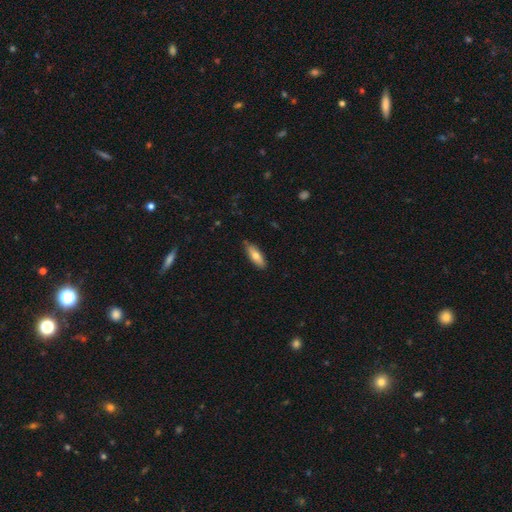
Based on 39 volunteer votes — Smooth or featured?
  - smooth: 62% *
  - featured or disk: 33%
  - star or artifact: 5%
How rounded?
  - cigar-shaped: 58% *
  - in between: 38%
  - round: 4%
Merging?
  - none: 86% *
  - minor disturbance: 14%
  - major disturbance: 0%
  - merger: 0%